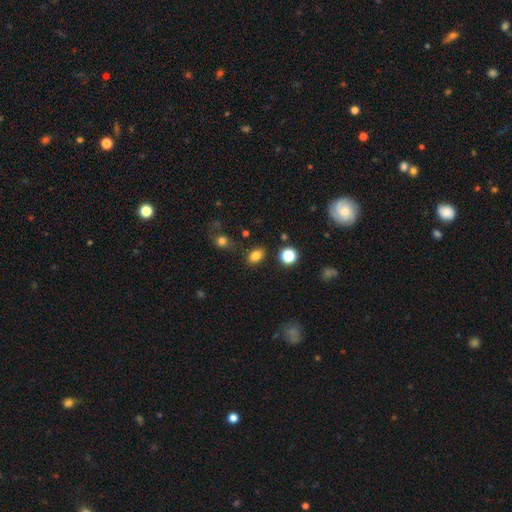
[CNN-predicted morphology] This appears to be a smooth galaxy with no disk features (82%) that is in between round and cigar-shaped (71%). Merging: none (81%).